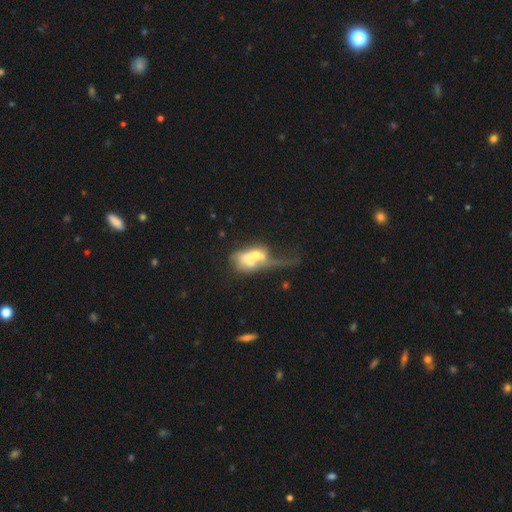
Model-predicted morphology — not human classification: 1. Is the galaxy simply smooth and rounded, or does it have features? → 48% featured or disk, 42% smooth, 10% star or artifact.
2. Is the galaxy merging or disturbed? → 64% merger, 21% major disturbance, 10% none, 6% minor disturbance.